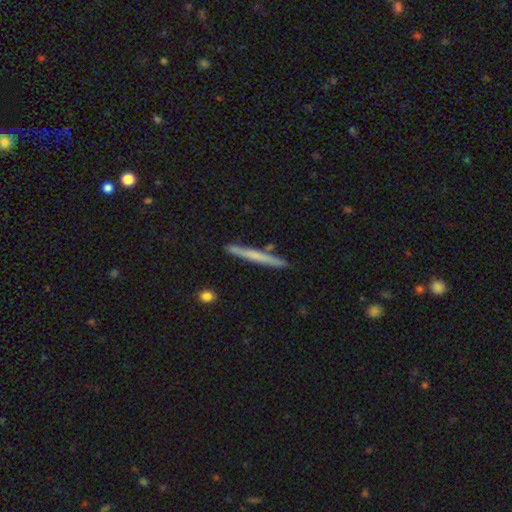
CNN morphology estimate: This appears to be a smooth galaxy with no disk features (54%) that is cigar-shaped (97%). Merging: none (88%).